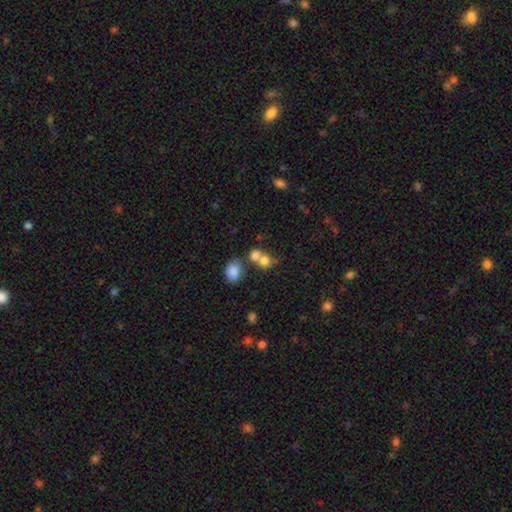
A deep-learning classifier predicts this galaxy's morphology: A smooth galaxy with no disk features (77%) that is round (69%).

Vote fractions:
- Smooth or featured? smooth: 77% / star or artifact: 12% / featured or disk: 11%
- How rounded? round: 69% / in between: 30% / cigar-shaped: 1%
- Merging? merger: 51% / none: 37% / minor disturbance: 8% / major disturbance: 4%